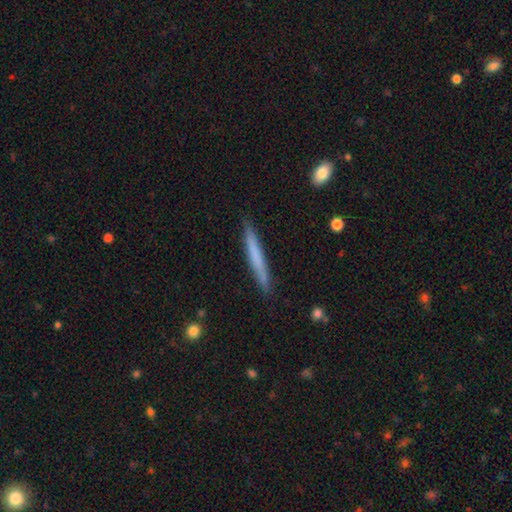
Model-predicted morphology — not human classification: This appears to be a smooth galaxy with no disk features (62%) that is cigar-shaped (97%). Merging: none (87%).